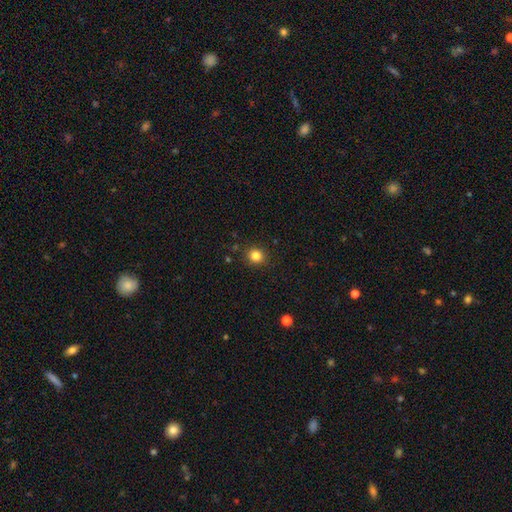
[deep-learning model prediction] Smooth or featured?
  - smooth: 83% *
  - star or artifact: 12%
  - featured or disk: 5%
How rounded?
  - round: 88% *
  - in between: 11%
  - cigar-shaped: 1%
Merging?
  - none: 89% *
  - minor disturbance: 7%
  - major disturbance: 2%
  - merger: 2%